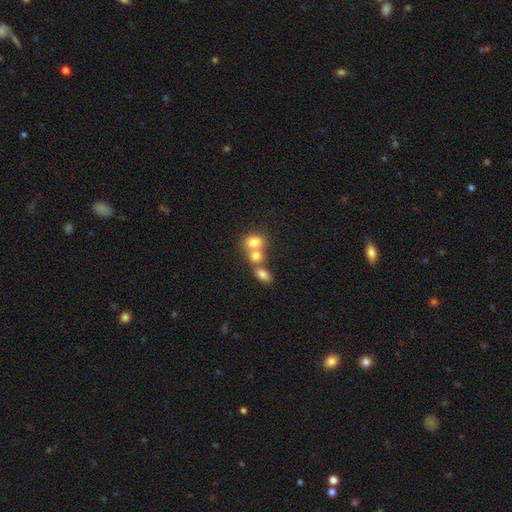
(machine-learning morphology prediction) Smooth or featured?
  - smooth: 77% *
  - featured or disk: 13%
  - star or artifact: 10%
How rounded?
  - in between: 53% *
  - round: 46%
  - cigar-shaped: 2%
Merging?
  - merger: 60% *
  - none: 29%
  - minor disturbance: 7%
  - major disturbance: 4%